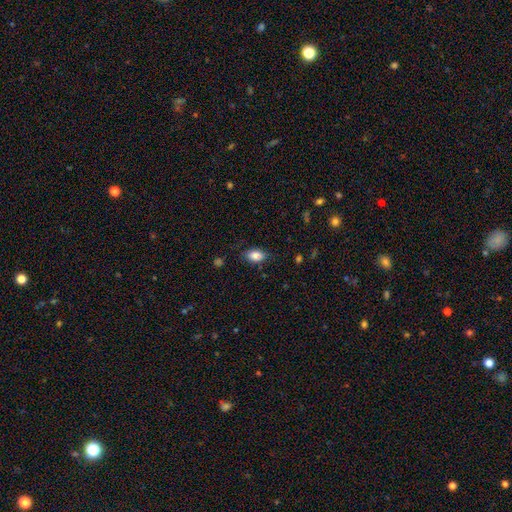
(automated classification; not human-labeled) smooth 86%, star or artifact 8%, featured or disk 6%. Down the decision tree: how rounded — in between (89%); merging — none (79%).